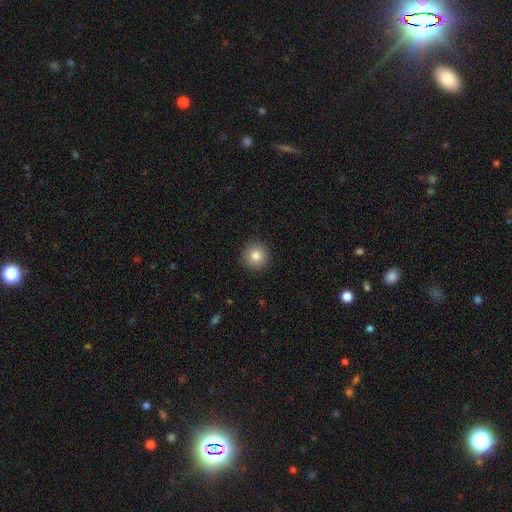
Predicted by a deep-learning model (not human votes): Q: Smooth or featured?
A: smooth (84%); runner-up: star or artifact (10%)
Q: How rounded?
A: round (95%); runner-up: in between (4%)
Q: Merging?
A: none (93%); runner-up: minor disturbance (5%)